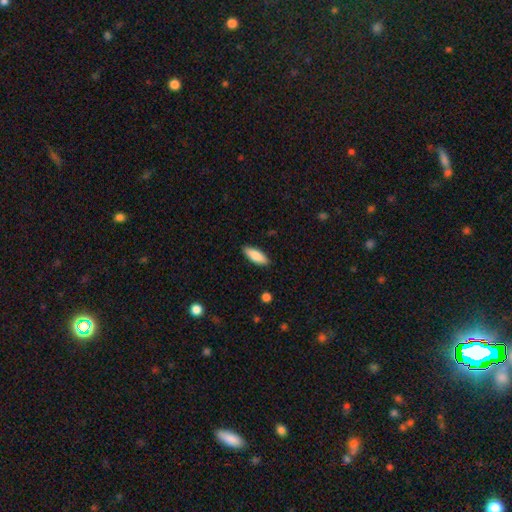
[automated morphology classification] Q: Smooth or featured?
A: smooth (82%); runner-up: featured or disk (12%)
Q: How rounded?
A: in between (68%); runner-up: cigar-shaped (30%)
Q: Merging?
A: none (88%); runner-up: minor disturbance (9%)